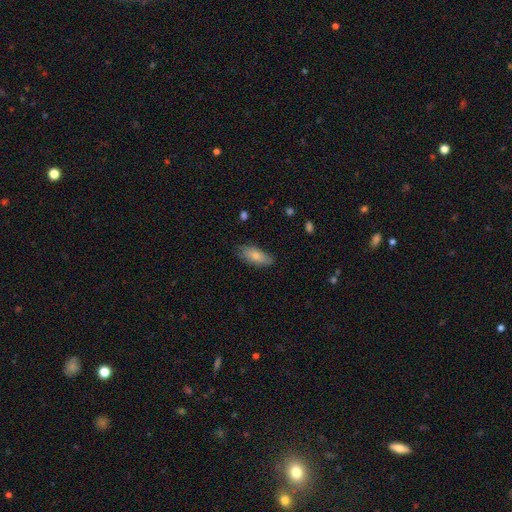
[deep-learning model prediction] Smooth or featured: smooth — 77% (featured or disk — 17%)
How rounded: in between — 84% (cigar-shaped — 13%)
Merging: none — 77% (minor disturbance — 19%)